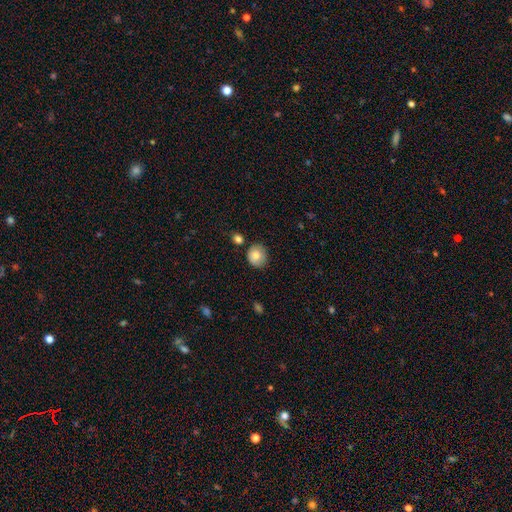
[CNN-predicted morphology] Smooth or featured: smooth — 81% (featured or disk — 11%)
How rounded: round — 78% (in between — 21%)
Merging: none — 76% (minor disturbance — 15%)